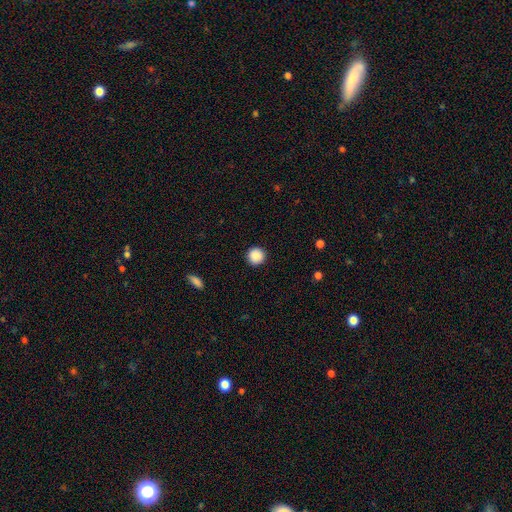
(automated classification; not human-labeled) Overall: smooth (89%). How rounded: round (95%). Merging: none (92%).